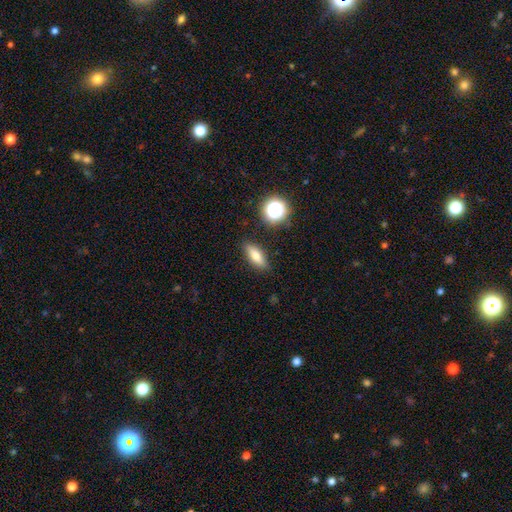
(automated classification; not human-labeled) Morphology: type=smooth (72%); roundness=in between (64%); merging=none (86%).